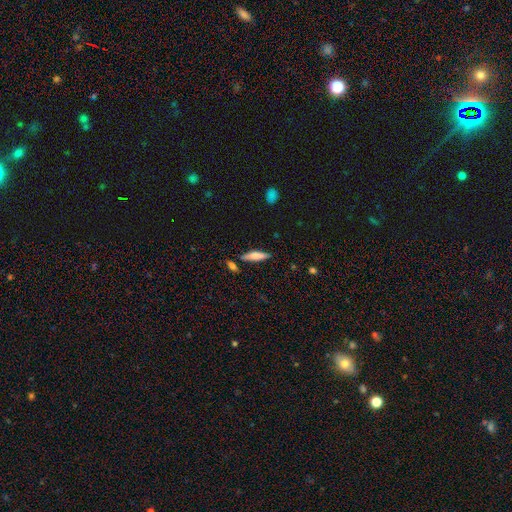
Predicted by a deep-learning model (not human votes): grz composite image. It shows a smooth galaxy with no disk features (62%) that is cigar-shaped (74%). Merging: none (80%).